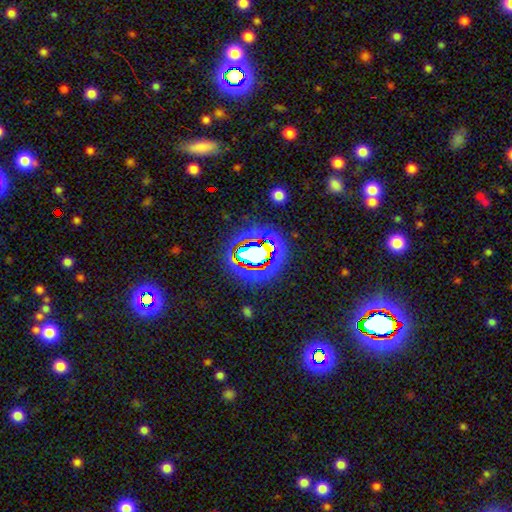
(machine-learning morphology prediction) A star or artifact, not a galaxy (61%).